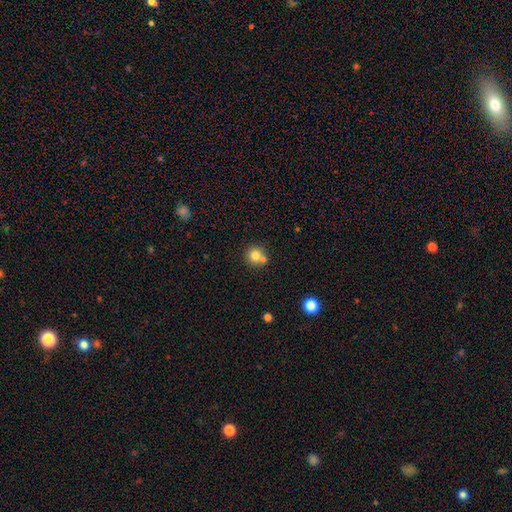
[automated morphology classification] The model was most divided on "merging": none: 56%, merger: 34%, minor disturbance: 8%, major disturbance: 2%. More confident: how rounded — round (91%); smooth or featured — smooth (78%).